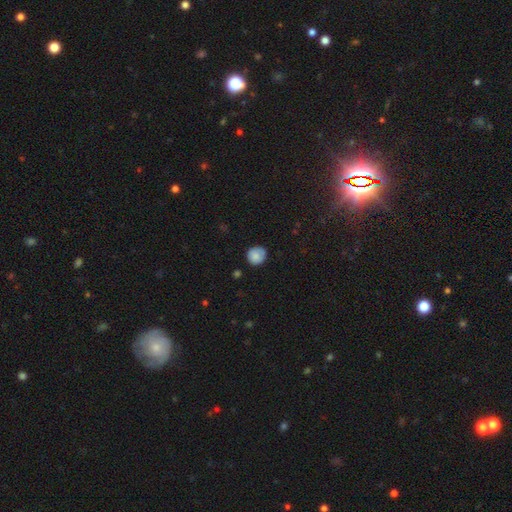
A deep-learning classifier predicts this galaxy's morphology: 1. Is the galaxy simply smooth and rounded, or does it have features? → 82% smooth, 9% featured or disk, 8% star or artifact.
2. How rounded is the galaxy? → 88% round, 11% in between, 1% cigar-shaped.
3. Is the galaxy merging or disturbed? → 76% none, 20% minor disturbance, 3% major disturbance, 2% merger.